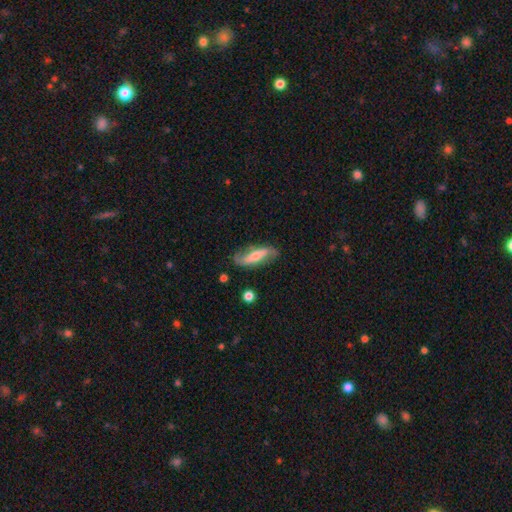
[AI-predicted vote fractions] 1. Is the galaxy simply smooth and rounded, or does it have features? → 69% featured or disk, 25% smooth, 6% star or artifact.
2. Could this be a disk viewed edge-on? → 80% no, 20% yes.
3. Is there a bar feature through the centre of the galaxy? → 43% strong, 30% weak, 27% no.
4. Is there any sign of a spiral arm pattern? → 88% yes, 12% no.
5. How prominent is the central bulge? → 47% moderate, 40% small, 6% large, 5% none, 2% dominant.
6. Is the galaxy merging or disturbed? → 74% none, 18% minor disturbance, 6% major disturbance, 2% merger.